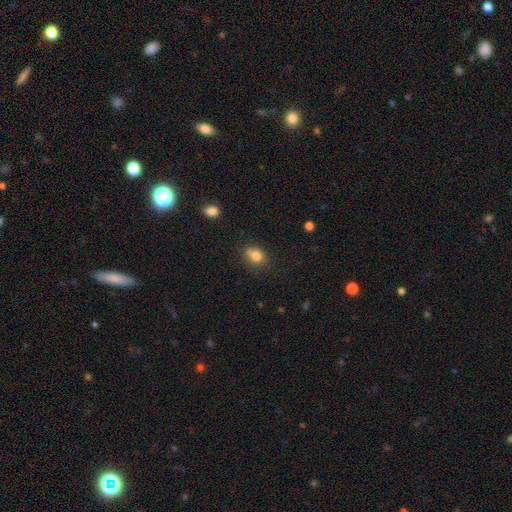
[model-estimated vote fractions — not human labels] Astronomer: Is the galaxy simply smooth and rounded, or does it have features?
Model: smooth — 79%.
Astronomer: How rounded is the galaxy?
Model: round — 59% (runner-up: in between, 40%).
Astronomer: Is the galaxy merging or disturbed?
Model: none — 58%.